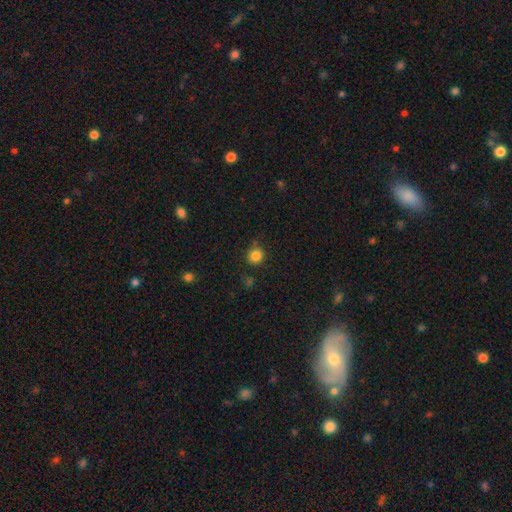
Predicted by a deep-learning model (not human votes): This is clearly a smooth galaxy (83%). How rounded: clearly round (92%). Merging: clearly none (80%).